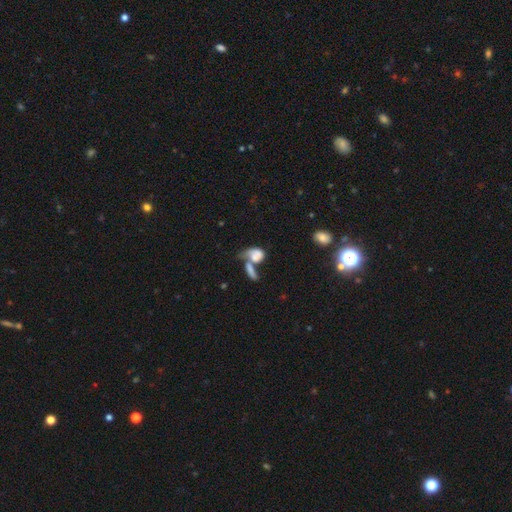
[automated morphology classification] smooth-or-featured: smooth: 65% | featured or disk: 25% | star or artifact: 10%
  how-rounded: in between: 75% | round: 20% | cigar-shaped: 5%
  merging: merger: 60% | none: 17% | major disturbance: 13% | minor disturbance: 10%